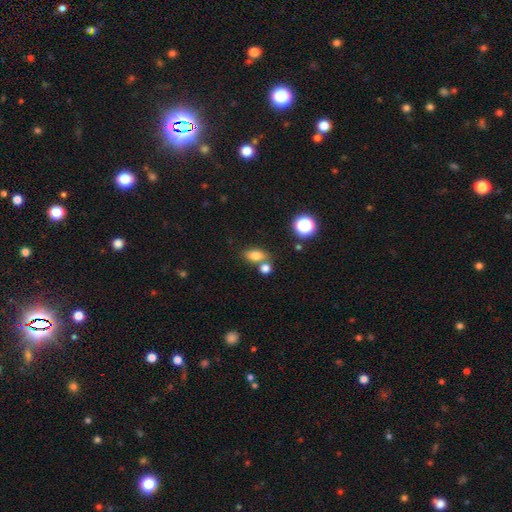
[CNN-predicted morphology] Smooth or featured?
  - smooth: 77% *
  - star or artifact: 12%
  - featured or disk: 11%
How rounded?
  - in between: 76% *
  - round: 18%
  - cigar-shaped: 6%
Merging?
  - none: 60% *
  - merger: 24%
  - minor disturbance: 12%
  - major disturbance: 4%